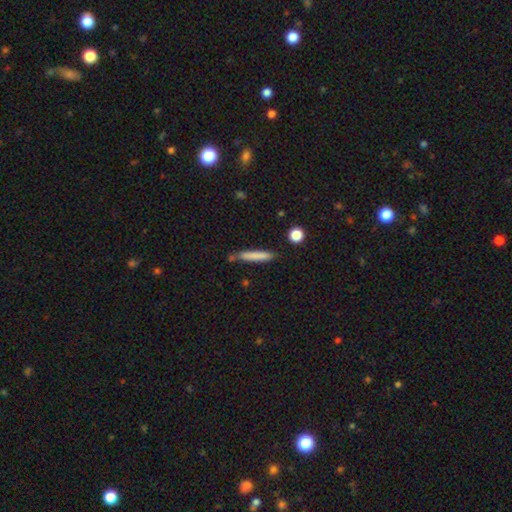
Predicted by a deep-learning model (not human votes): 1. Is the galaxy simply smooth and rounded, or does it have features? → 77% smooth, 16% featured or disk, 7% star or artifact.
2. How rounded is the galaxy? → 93% cigar-shaped, 6% in between, 1% round.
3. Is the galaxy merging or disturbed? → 76% none, 15% minor disturbance, 6% merger, 3% major disturbance.